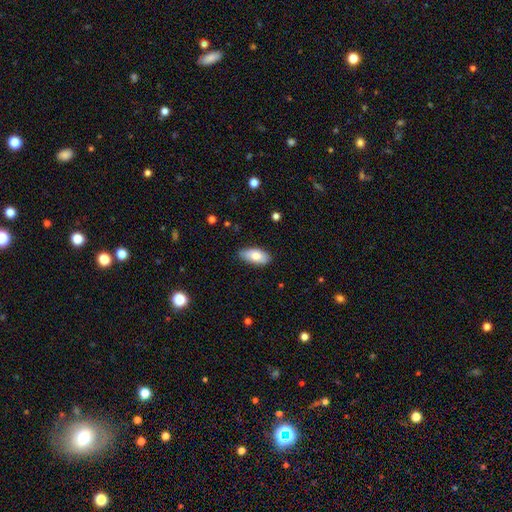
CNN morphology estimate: Smooth or featured? Predicted: smooth (p=0.77). How rounded? Predicted: in between (p=0.92). Merging? Predicted: none (p=0.83).